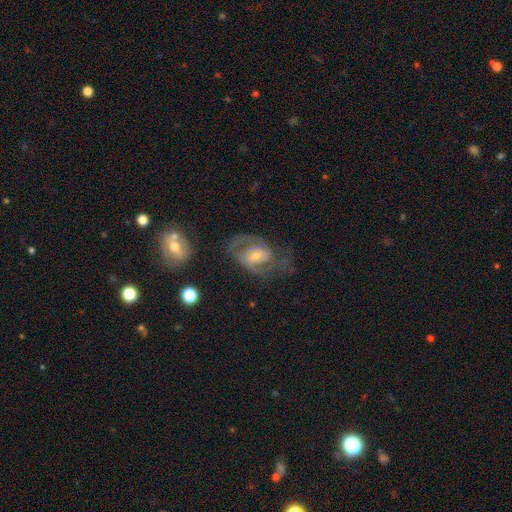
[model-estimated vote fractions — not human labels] Smooth or featured? Predicted: featured or disk (p=0.79). Edge-on disk? Predicted: no (p=0.96). Bar? Predicted: weak (p=0.44). Spiral arms? Predicted: yes (p=0.88). Spiral winding? Predicted: medium (p=0.50). Spiral arm count? Predicted: 2 (p=0.67). Bulge size? Predicted: moderate (p=0.49). Merging? Predicted: none (p=0.52).